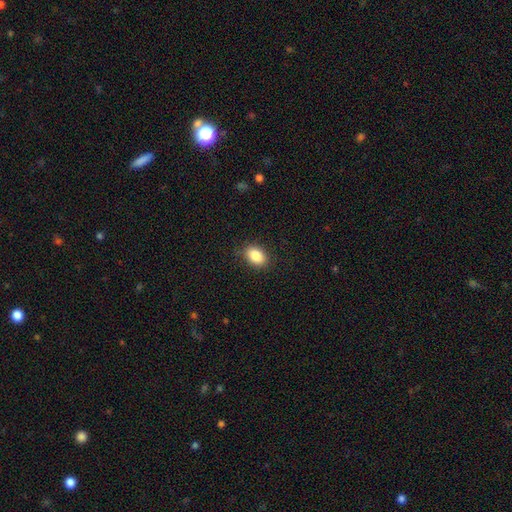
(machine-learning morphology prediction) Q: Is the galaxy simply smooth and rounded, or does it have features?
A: smooth — 87%.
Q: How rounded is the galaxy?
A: in between — 83%.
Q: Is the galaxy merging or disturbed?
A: none — 87%.